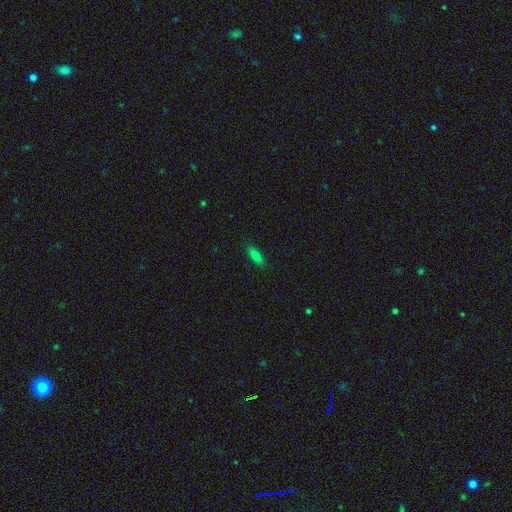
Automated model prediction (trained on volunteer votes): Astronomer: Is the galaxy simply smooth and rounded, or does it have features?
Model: smooth — 79%.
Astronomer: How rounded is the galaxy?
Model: in between — 68%.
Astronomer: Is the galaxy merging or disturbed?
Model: none — 86%.